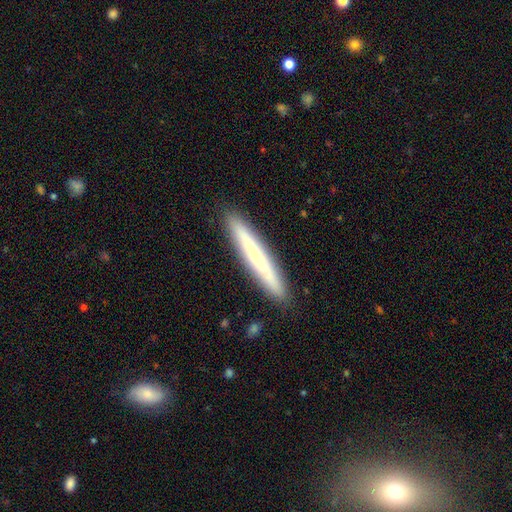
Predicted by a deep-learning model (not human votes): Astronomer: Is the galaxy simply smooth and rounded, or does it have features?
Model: smooth — 55% (runner-up: featured or disk, 39%).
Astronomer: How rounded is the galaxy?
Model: cigar-shaped — 95%.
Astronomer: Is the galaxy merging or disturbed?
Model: none — 90%.